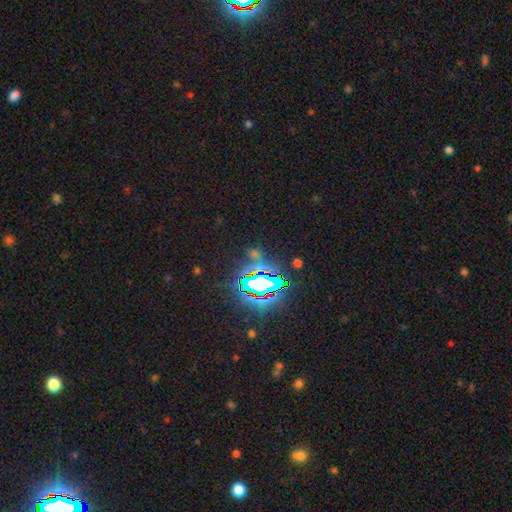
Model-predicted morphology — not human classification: smooth_or_featured: star or artifact (p=0.75) [alt: smooth p=0.15]